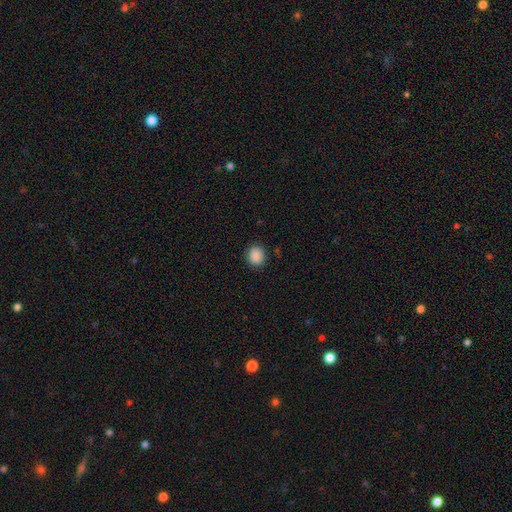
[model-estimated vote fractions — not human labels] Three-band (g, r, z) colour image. It shows a smooth galaxy with no disk features (89%) that is round (74%). Merging: none (87%).